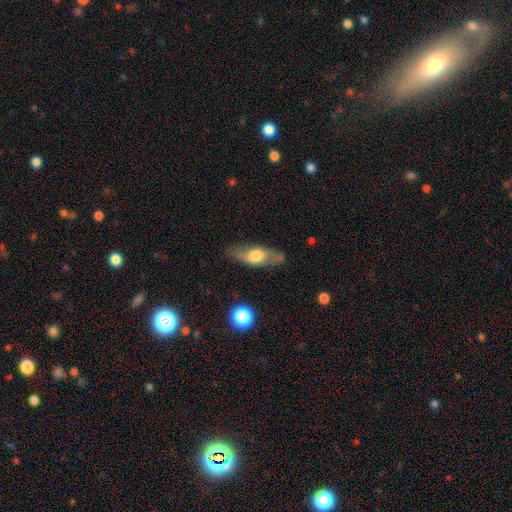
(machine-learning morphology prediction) Q: Smooth or featured?
A: featured or disk (49%); runner-up: smooth (45%)
Q: Merging?
A: none (79%); runner-up: minor disturbance (14%)